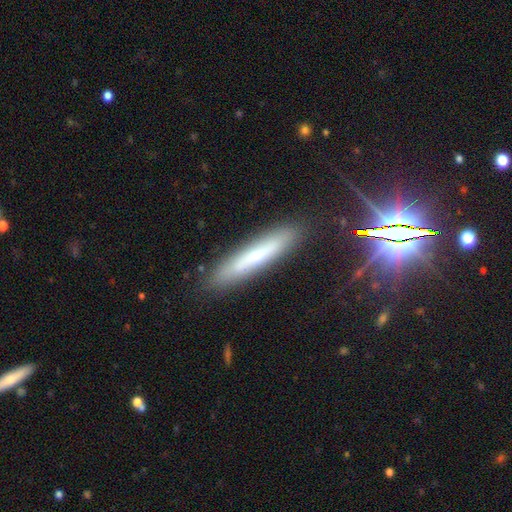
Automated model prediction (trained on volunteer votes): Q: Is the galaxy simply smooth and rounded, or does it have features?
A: smooth — 46%.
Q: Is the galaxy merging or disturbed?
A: none — 87%.